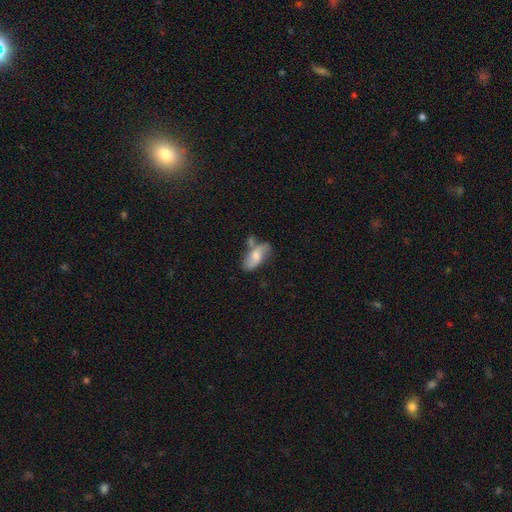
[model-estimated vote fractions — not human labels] Overall: smooth (54%; featured or disk 39%). How rounded: in between (88%). Merging: none (50%; minor disturbance 23%).